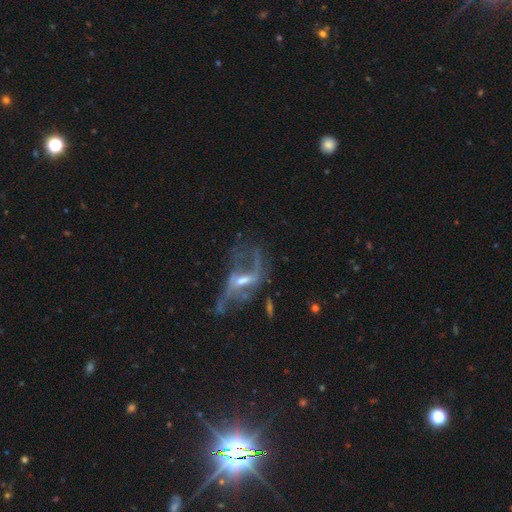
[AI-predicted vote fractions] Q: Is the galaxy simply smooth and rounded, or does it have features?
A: featured or disk — 75%.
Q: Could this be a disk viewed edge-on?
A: no — 90%.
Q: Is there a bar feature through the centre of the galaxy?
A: weak — 41%.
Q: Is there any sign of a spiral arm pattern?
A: yes — 72%.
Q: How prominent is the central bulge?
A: small — 48%.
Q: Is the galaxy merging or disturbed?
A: none — 41%.